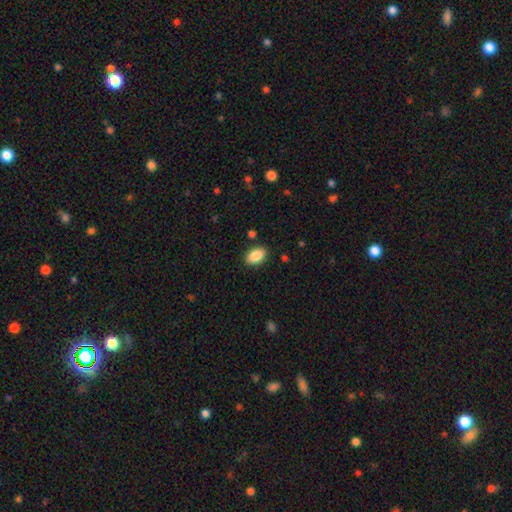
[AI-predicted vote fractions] Smooth or featured? smooth (87%)
How rounded? in between (91%)
Merging? none (87%)